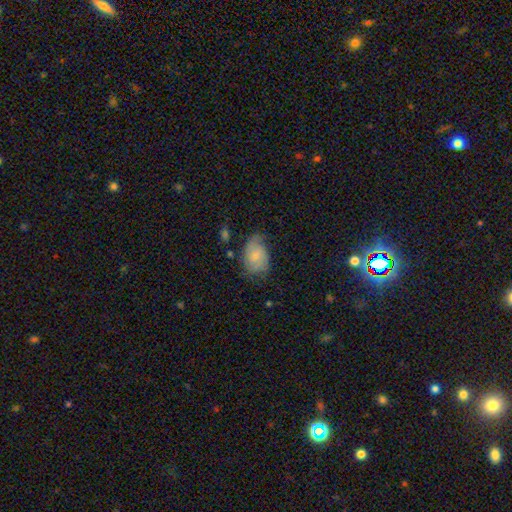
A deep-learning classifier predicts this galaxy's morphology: A smooth galaxy with no disk features (66%) that is in between round and cigar-shaped (84%).

Vote fractions:
- Smooth or featured? smooth: 66% / featured or disk: 27% / star or artifact: 7%
- How rounded? in between: 84% / round: 14% / cigar-shaped: 1%
- Merging? none: 50% / minor disturbance: 34% / major disturbance: 13% / merger: 3%